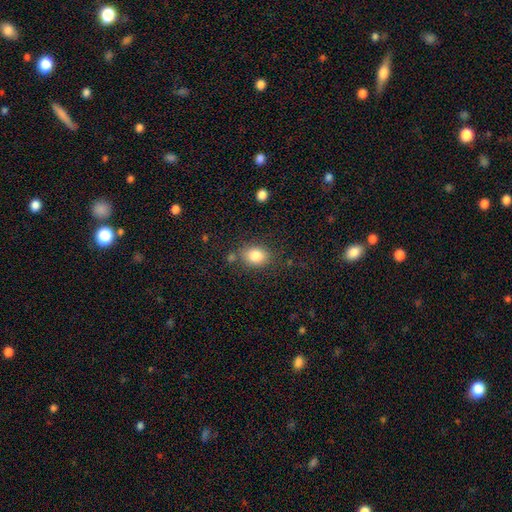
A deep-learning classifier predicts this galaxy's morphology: smooth_or_featured: smooth (p=0.83) [alt: star or artifact p=0.09]
how_rounded: in between (p=0.59) [alt: round p=0.40]
merging: none (p=0.76) [alt: minor disturbance p=0.14]